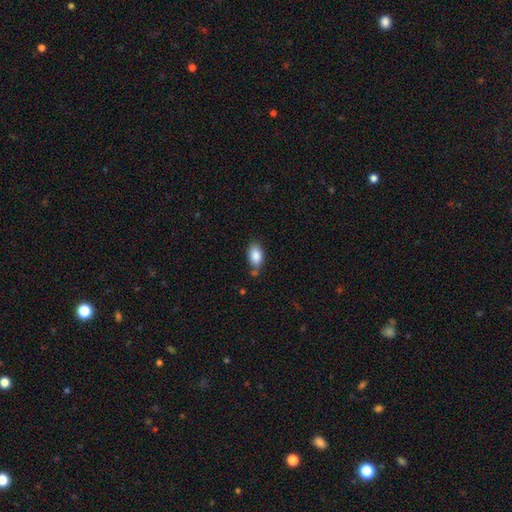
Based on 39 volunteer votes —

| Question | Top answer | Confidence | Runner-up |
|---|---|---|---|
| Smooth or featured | smooth | 95% | star or artifact (5%) |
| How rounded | in between | 84% | round (8%) |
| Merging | none | 84% | minor disturbance (11%) |